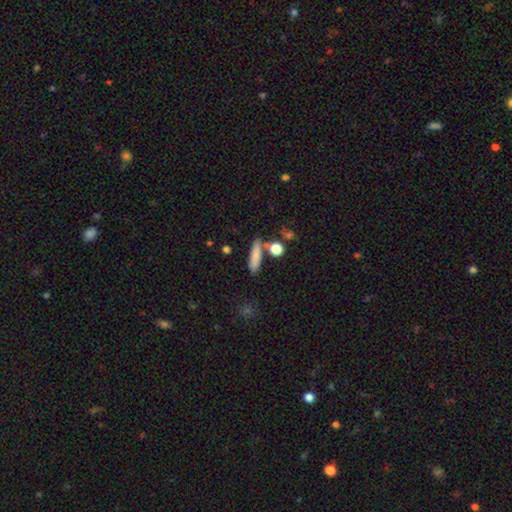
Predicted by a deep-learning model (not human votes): A smooth galaxy with no disk features (80%) that is cigar-shaped (67%).

Vote fractions:
- Smooth or featured? smooth: 80% / featured or disk: 11% / star or artifact: 9%
- How rounded? cigar-shaped: 67% / in between: 27% / round: 6%
- Merging? none: 72% / minor disturbance: 13% / merger: 11% / major disturbance: 4%